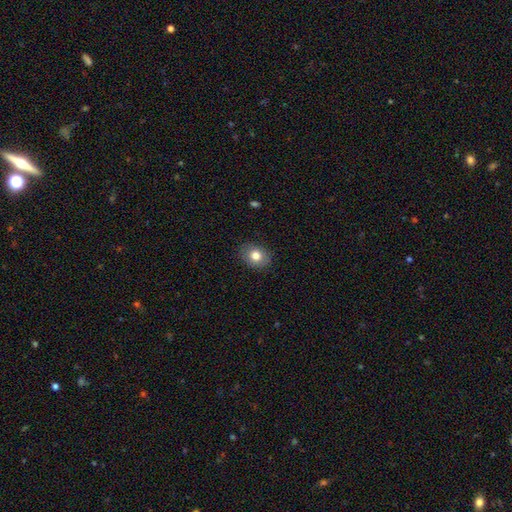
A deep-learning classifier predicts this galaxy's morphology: Q: Smooth or featured?
A: smooth (80%); runner-up: featured or disk (11%)
Q: How rounded?
A: round (52%); runner-up: in between (47%)
Q: Merging?
A: none (87%); runner-up: minor disturbance (10%)